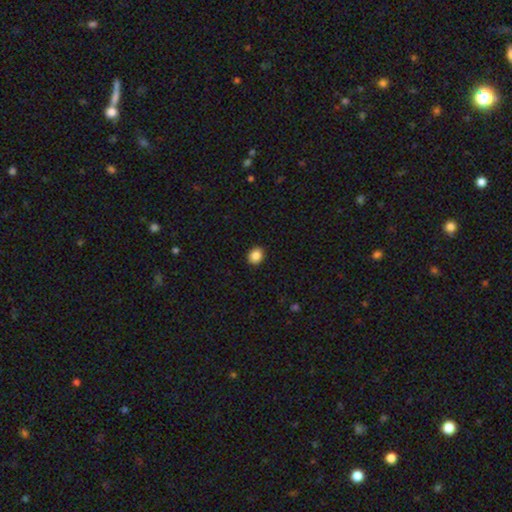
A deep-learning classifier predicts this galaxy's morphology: Q: Smooth or featured?
A: smooth (87%); runner-up: star or artifact (9%)
Q: How rounded?
A: round (63%); runner-up: in between (36%)
Q: Merging?
A: none (91%); runner-up: minor disturbance (6%)